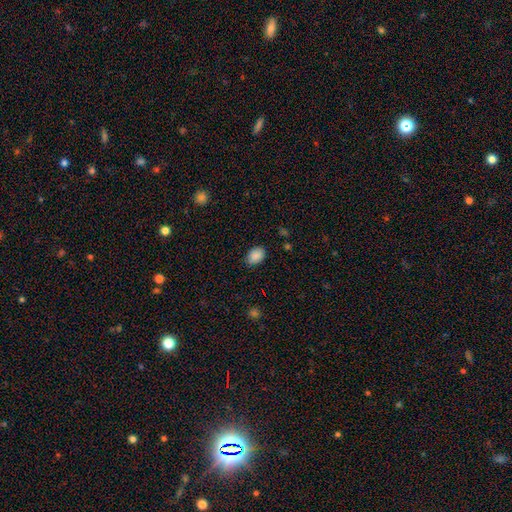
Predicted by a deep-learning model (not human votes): Smooth or featured? smooth (88%)
How rounded? in between (76%)
Merging? none (83%)